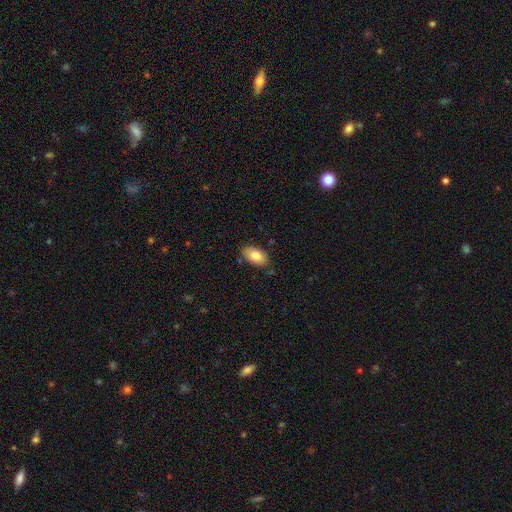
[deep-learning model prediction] This appears to be a smooth galaxy with no disk features (80%) that is in between round and cigar-shaped (93%). Merging: none (83%).